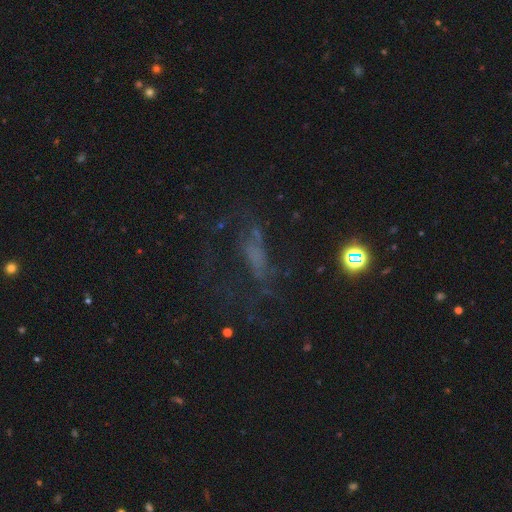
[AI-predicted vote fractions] Smooth or featured? featured or disk (45%)
Merging? none (44%)